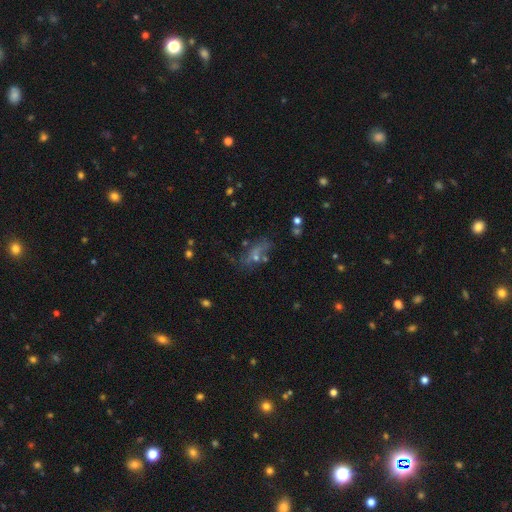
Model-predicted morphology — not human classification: The model was most divided on "smooth or featured": smooth: 38%, featured or disk: 32%, star or artifact: 30%. Remaining: merging — none (45%).